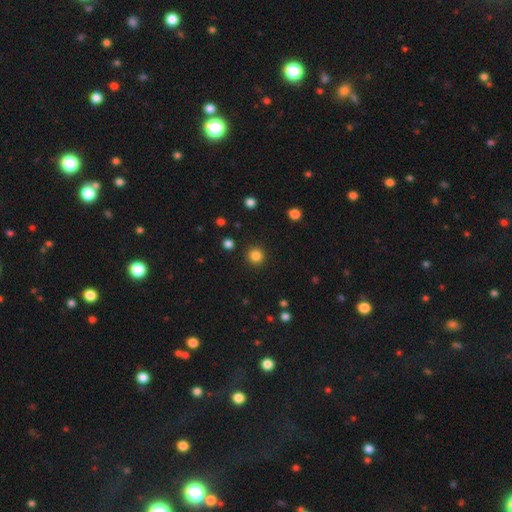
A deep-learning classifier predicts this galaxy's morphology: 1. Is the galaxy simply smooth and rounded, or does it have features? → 84% smooth, 12% star or artifact, 4% featured or disk.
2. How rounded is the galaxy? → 94% round, 5% in between, 1% cigar-shaped.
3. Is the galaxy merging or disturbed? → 91% none, 5% minor disturbance, 2% major disturbance, 1% merger.